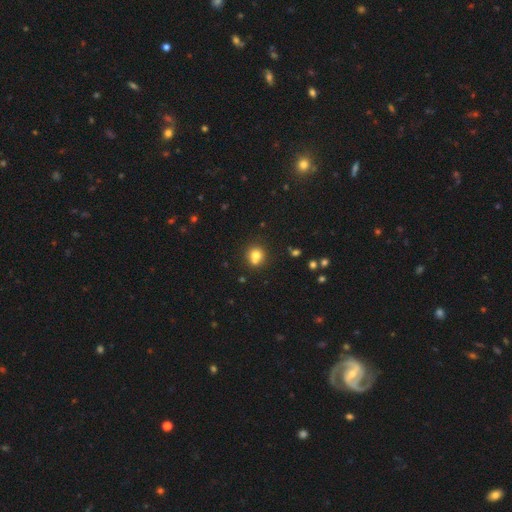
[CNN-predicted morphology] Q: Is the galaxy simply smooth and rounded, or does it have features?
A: smooth — 76%.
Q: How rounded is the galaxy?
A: round — 87%.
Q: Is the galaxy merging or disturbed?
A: none — 59%.